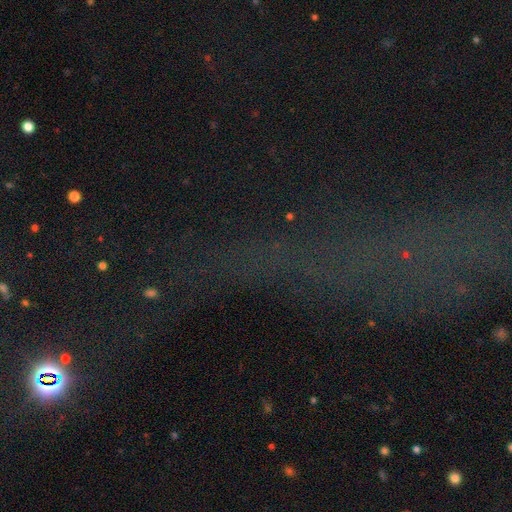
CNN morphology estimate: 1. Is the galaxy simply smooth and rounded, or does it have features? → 70% star or artifact, 16% smooth, 15% featured or disk.